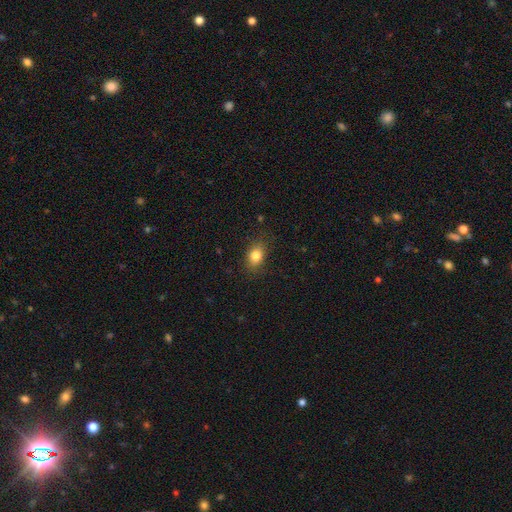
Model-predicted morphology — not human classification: Q: Smooth or featured?
A: smooth (83%); runner-up: star or artifact (10%)
Q: How rounded?
A: in between (70%); runner-up: round (29%)
Q: Merging?
A: none (82%); runner-up: minor disturbance (13%)